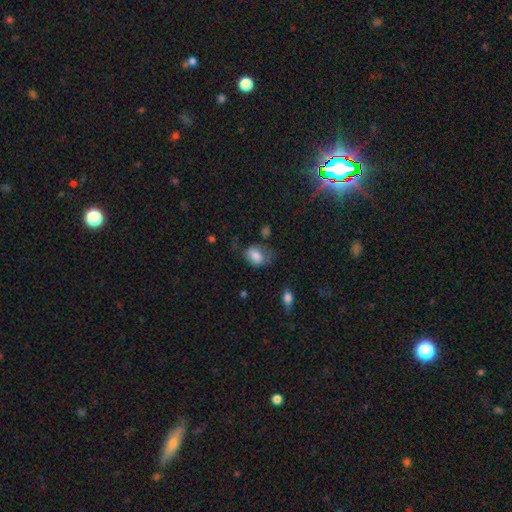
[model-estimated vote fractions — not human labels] Overall: smooth (78%). How rounded: in between (71%). Merging: none (41%; minor disturbance 32%).